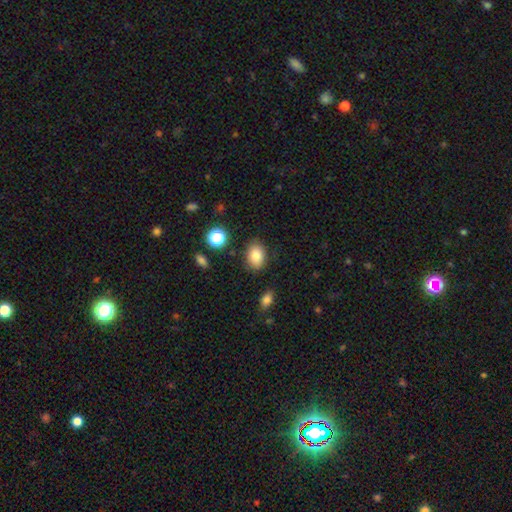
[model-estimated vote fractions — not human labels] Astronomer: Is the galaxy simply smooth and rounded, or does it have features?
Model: smooth — 85%.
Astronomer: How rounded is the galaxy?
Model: in between — 77%.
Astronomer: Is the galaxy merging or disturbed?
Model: none — 82%.